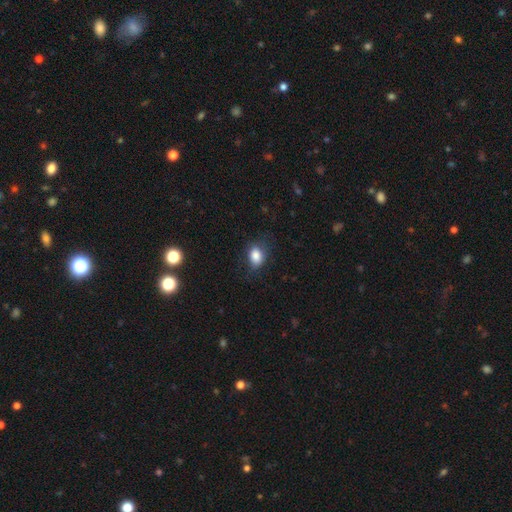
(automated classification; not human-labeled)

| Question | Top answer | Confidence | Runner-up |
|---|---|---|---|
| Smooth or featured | smooth | 84% | star or artifact (9%) |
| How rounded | in between | 73% | round (26%) |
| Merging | none | 73% | minor disturbance (19%) |